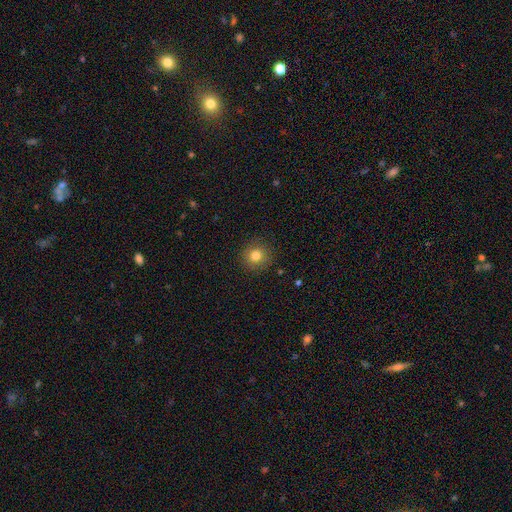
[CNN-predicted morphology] smooth 81%, star or artifact 12%, featured or disk 7%. Down the decision tree: how rounded — round (92%); merging — none (90%).